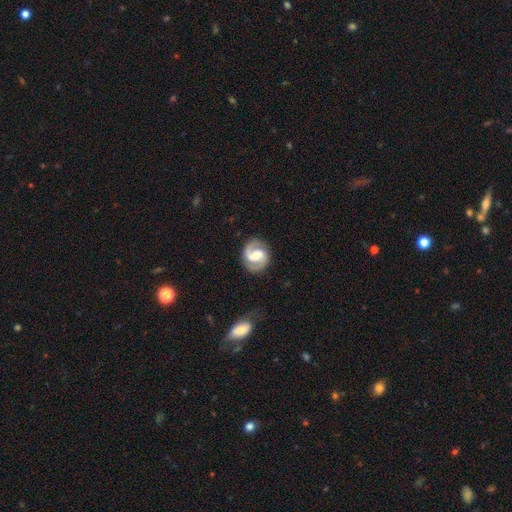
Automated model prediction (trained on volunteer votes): The model was most divided on "bar": weak: 49%, strong: 26%, no: 25%. More confident: edge-on disk — no (98%); spiral arms — yes (96%); spiral arm count — 2 (91%); smooth or featured — featured or disk (84%); merging — none (82%); bulge size — moderate (58%); spiral winding — medium (53%).